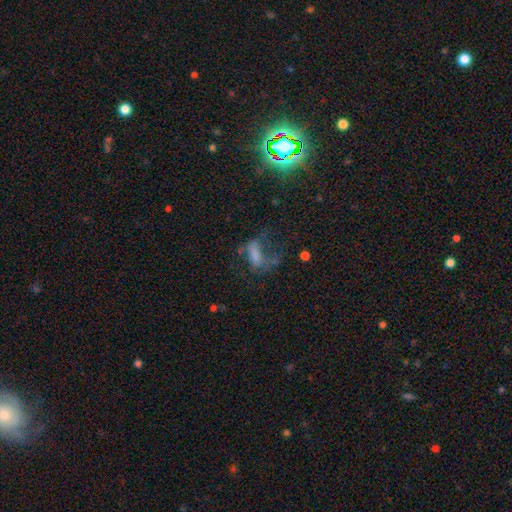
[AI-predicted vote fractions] Q: Smooth or featured?
A: featured or disk (38%); runner-up: smooth (34%)
Q: Merging?
A: major disturbance (47%); runner-up: none (31%)